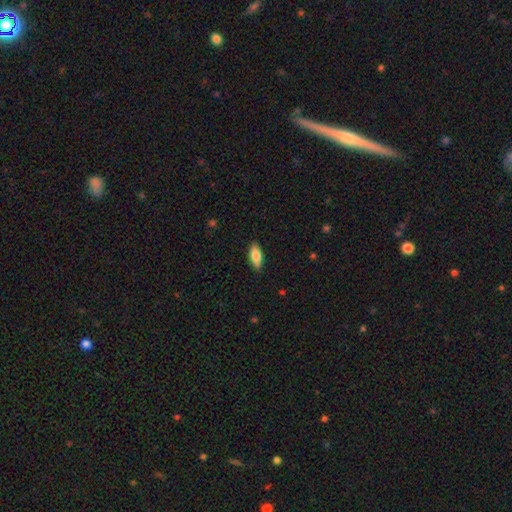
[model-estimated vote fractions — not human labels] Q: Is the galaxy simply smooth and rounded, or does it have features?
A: smooth — 81%.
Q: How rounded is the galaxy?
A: in between — 79%.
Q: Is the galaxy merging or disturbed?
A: none — 88%.